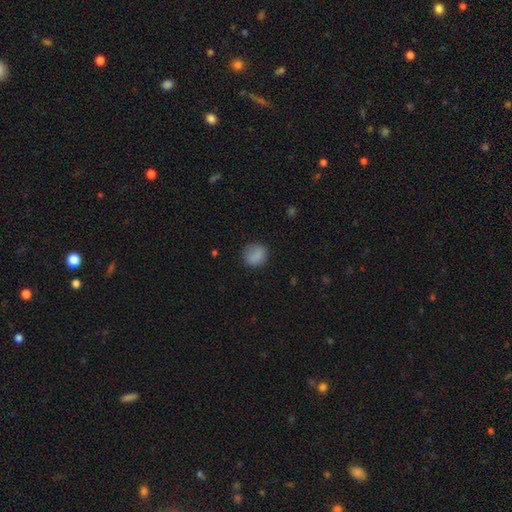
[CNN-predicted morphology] Smooth or featured? Predicted: smooth (p=0.85). How rounded? Predicted: round (p=0.80). Merging? Predicted: none (p=0.79).